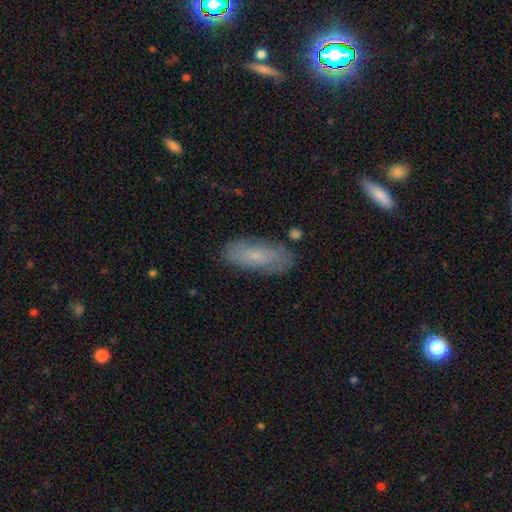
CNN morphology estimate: Smooth or featured? smooth (65%)
How rounded? in between (77%)
Merging? none (79%)